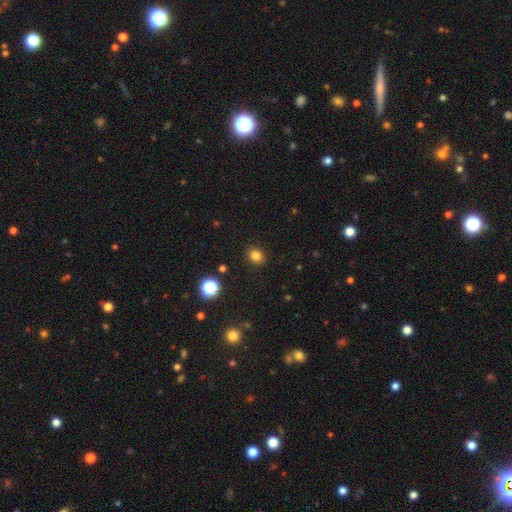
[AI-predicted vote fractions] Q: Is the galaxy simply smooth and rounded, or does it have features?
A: smooth — 81%.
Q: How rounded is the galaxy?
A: round — 75%.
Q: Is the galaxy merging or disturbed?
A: none — 90%.